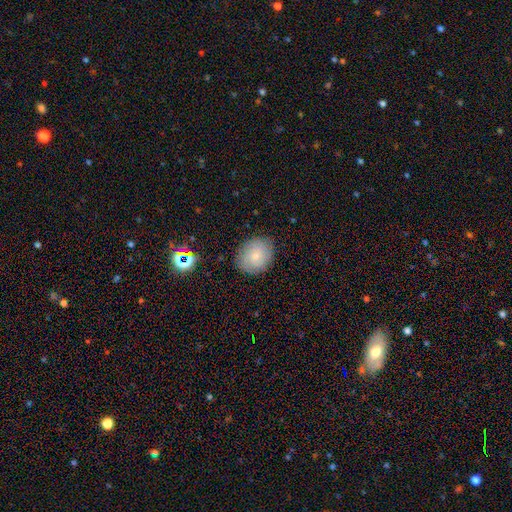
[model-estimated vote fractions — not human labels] The model was most divided on "how rounded": round: 62%, in between: 37%, cigar-shaped: 1%. More confident: merging — none (84%); smooth or featured — smooth (64%).